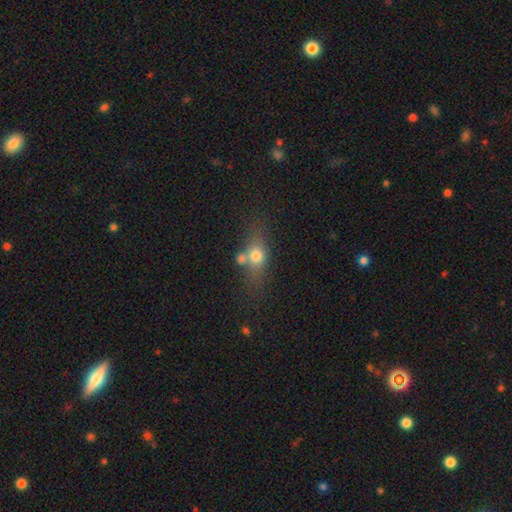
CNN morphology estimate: This is likely a smooth galaxy (68%). How rounded: possibly in between (52%). Merging: marginally none (42%).